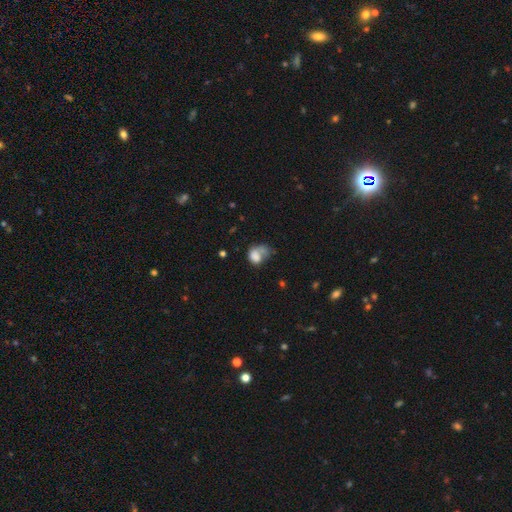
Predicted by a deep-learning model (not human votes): Smooth or featured: smooth — 68% (featured or disk — 21%)
How rounded: in between — 61% (round — 38%)
Merging: major disturbance — 37% (none — 22%)